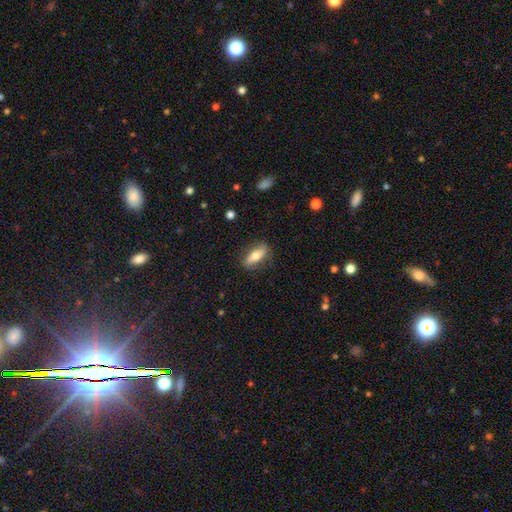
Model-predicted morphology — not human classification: Smooth or featured? Predicted: smooth (p=0.57). How rounded? Predicted: in between (p=0.68). Merging? Predicted: none (p=0.81).